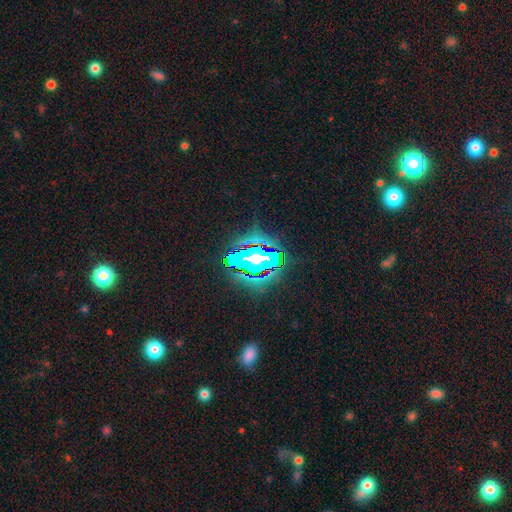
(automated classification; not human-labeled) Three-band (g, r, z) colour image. It shows a star or artifact, not a galaxy (52%).